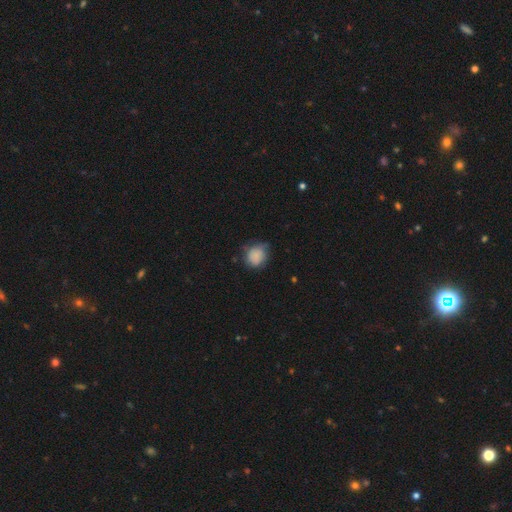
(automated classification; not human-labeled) smooth 80%, featured or disk 11%, star or artifact 9%. Down the decision tree: how rounded — round (69%); merging — none (55%).